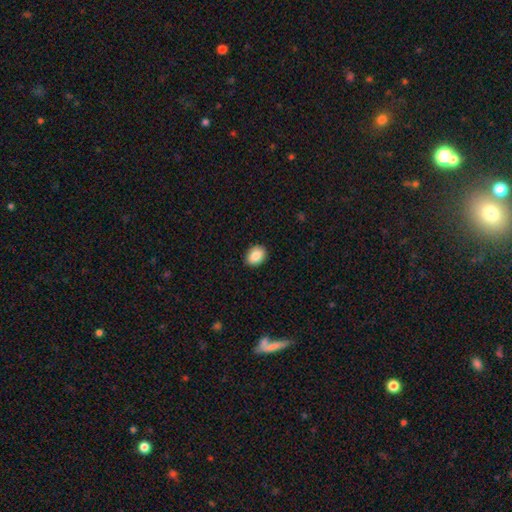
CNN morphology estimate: Smooth or featured? smooth (87%)
How rounded? in between (67%)
Merging? none (90%)